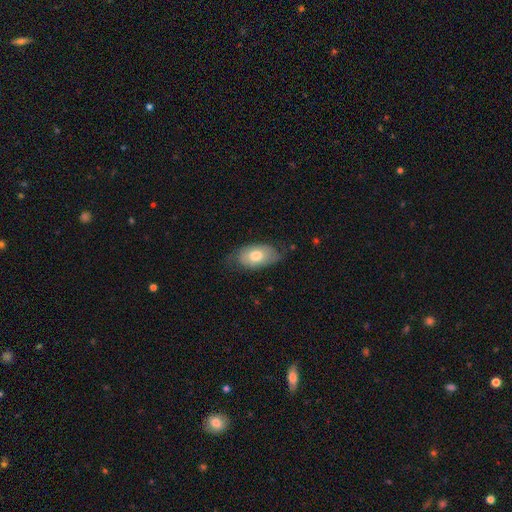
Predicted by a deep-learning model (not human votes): smooth-or-featured: smooth: 66% | featured or disk: 27% | star or artifact: 6%
  how-rounded: in between: 93% | round: 5% | cigar-shaped: 2%
  merging: none: 61% | minor disturbance: 29% | major disturbance: 9% | merger: 1%